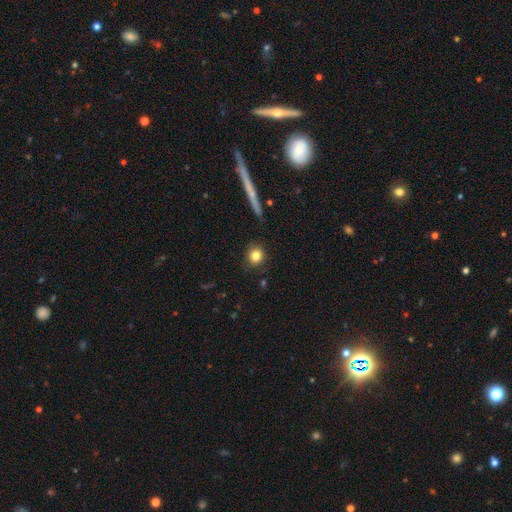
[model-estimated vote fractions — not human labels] This appears to be a smooth galaxy with no disk features (82%) that is round (85%). Merging: none (86%).